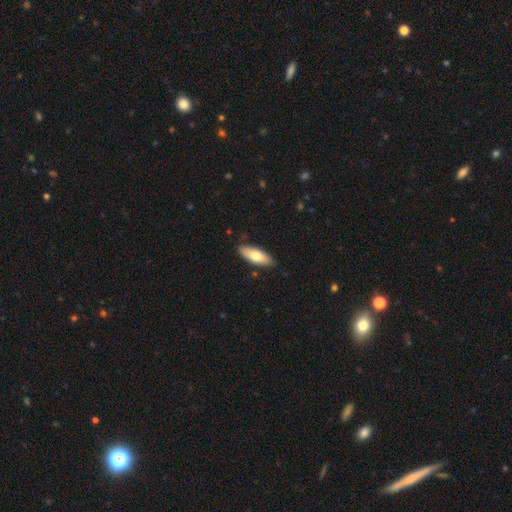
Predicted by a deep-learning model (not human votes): A smooth galaxy with no disk features (68%) that is in between round and cigar-shaped (66%). Merging: none (88%).